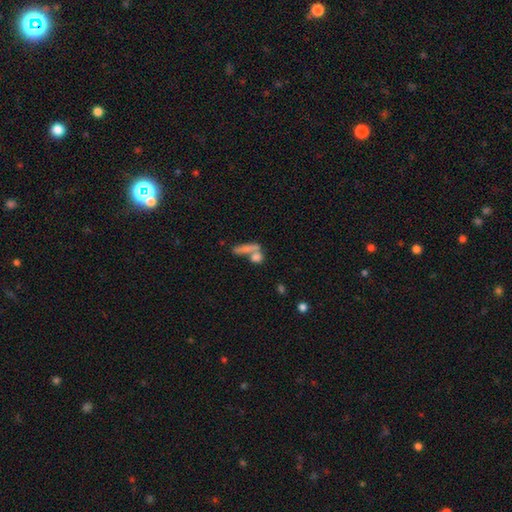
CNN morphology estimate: Overall: smooth (72%). How rounded: in between (36%; cigar-shaped 34%). Merging: merger (43%; none 40%).